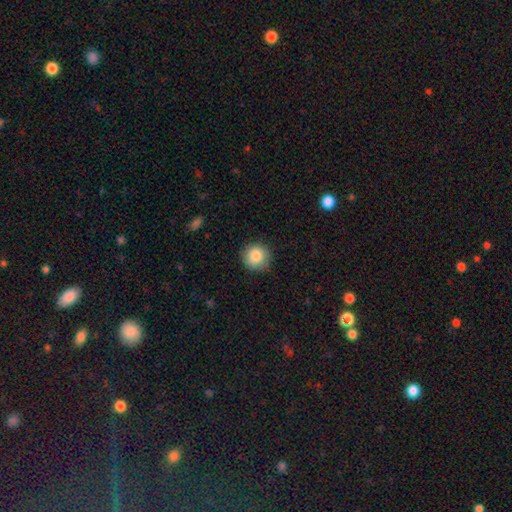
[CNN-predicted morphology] A smooth galaxy with no disk features (86%) that is round (93%).

Vote fractions:
- Smooth or featured? smooth: 86% / star or artifact: 8% / featured or disk: 6%
- How rounded? round: 93% / in between: 6% / cigar-shaped: 1%
- Merging? none: 87% / minor disturbance: 10% / major disturbance: 2% / merger: 1%